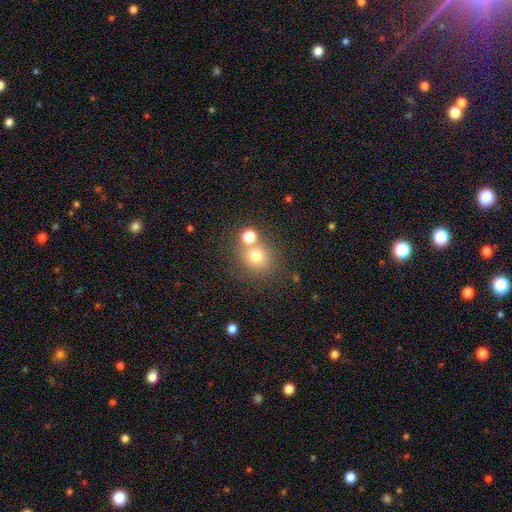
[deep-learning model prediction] This appears to be a smooth galaxy with no disk features (74%) that is round (84%). Merging: none (58%).